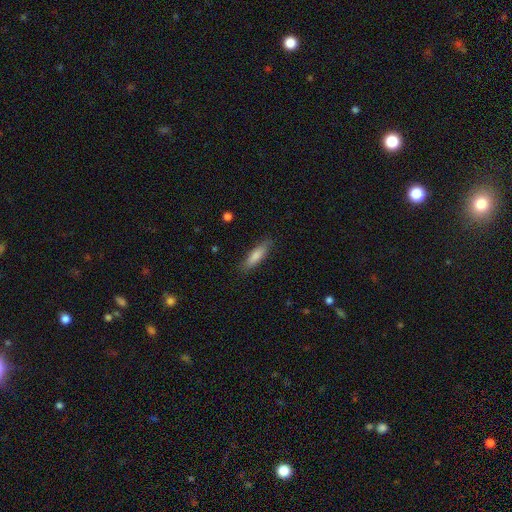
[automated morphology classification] Smooth or featured?
  - smooth: 75% *
  - featured or disk: 18%
  - star or artifact: 7%
How rounded?
  - cigar-shaped: 70% *
  - in between: 28%
  - round: 2%
Merging?
  - none: 87% *
  - minor disturbance: 10%
  - major disturbance: 2%
  - merger: 1%